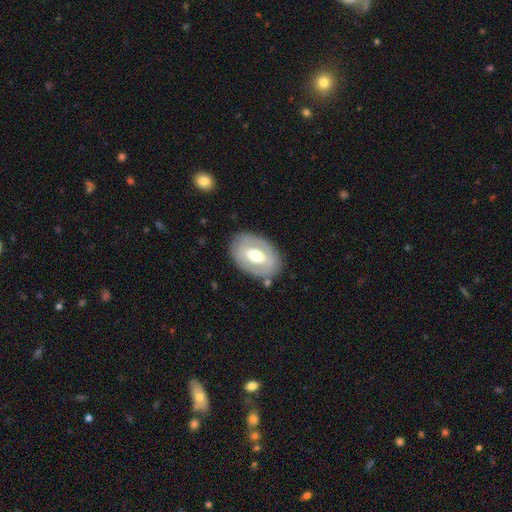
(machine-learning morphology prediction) Smooth or featured: featured or disk — 53% (smooth — 41%)
Edge-on disk: no — 90% (yes — 10%)
Merging: none — 80% (minor disturbance — 12%)